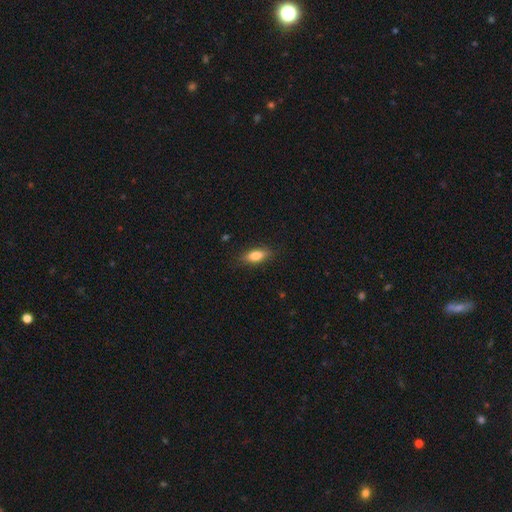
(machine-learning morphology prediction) smooth_or_featured: smooth (p=0.76) [alt: featured or disk p=0.17]
how_rounded: in between (p=0.72) [alt: cigar-shaped p=0.25]
merging: none (p=0.84) [alt: minor disturbance p=0.12]